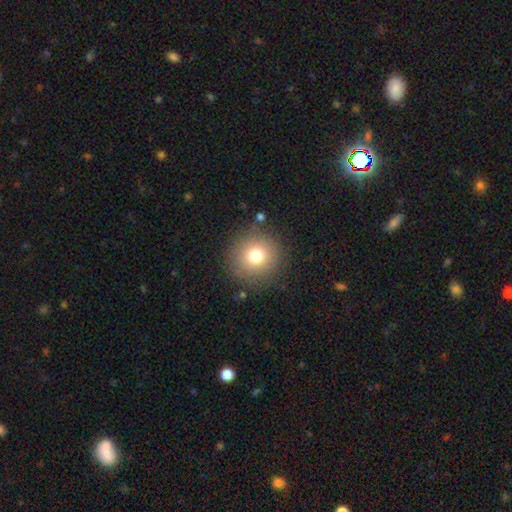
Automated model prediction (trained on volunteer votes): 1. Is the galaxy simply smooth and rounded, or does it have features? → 77% smooth, 12% star or artifact, 11% featured or disk.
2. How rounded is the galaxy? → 94% round, 5% in between, 1% cigar-shaped.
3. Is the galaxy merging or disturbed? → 86% none, 8% minor disturbance, 4% major disturbance, 2% merger.